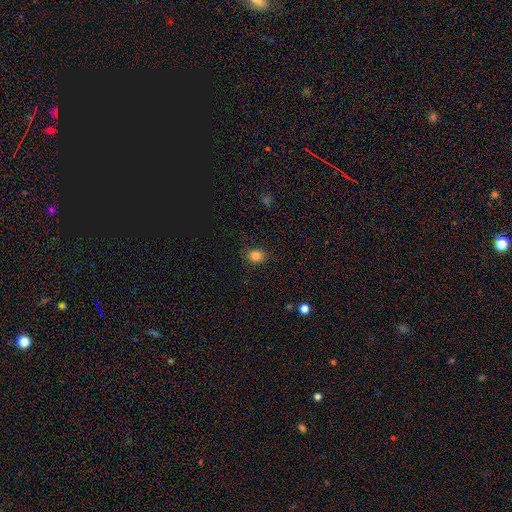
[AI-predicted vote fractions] This appears to be a smooth galaxy with no disk features (82%) that is round (59%). Merging: none (83%).